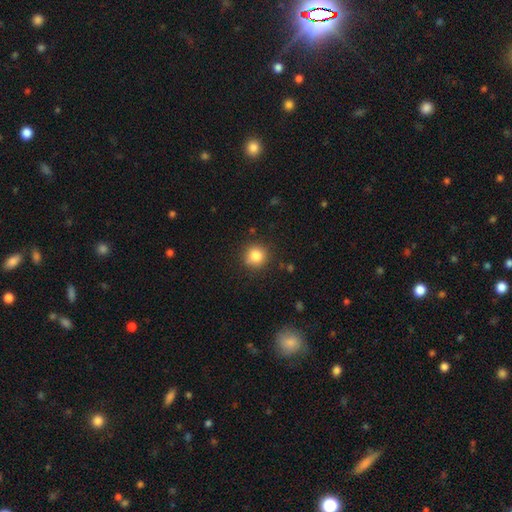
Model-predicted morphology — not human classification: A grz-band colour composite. It shows a smooth galaxy with no disk features (83%) that is round (91%). Merging: none (87%).